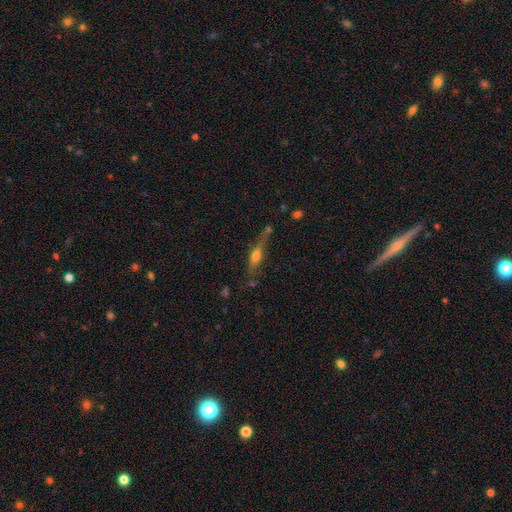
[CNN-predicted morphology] type=featured or disk (46%); merging=none (51%).